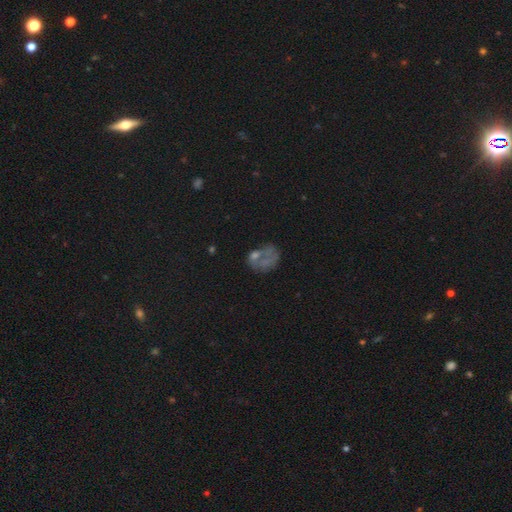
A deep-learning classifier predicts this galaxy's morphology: A featured or disk galaxy (43%).

Vote fractions:
- Smooth or featured? featured or disk: 43% / smooth: 35% / star or artifact: 22%
- Merging? none: 36% / major disturbance: 28% / minor disturbance: 18% / merger: 18%